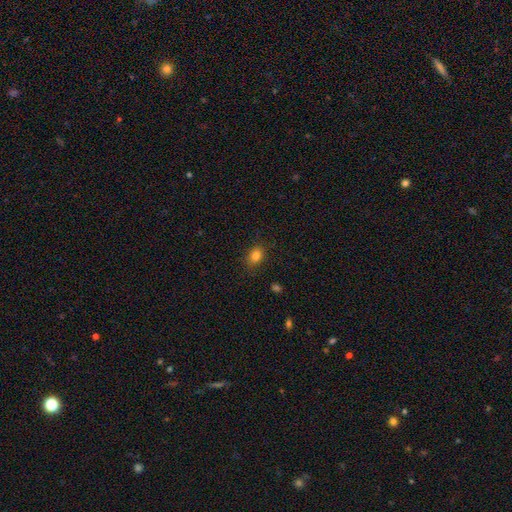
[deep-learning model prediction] The model was most divided on "how rounded": in between: 67%, round: 32%, cigar-shaped: 1%. More confident: merging — none (85%); smooth or featured — smooth (83%).